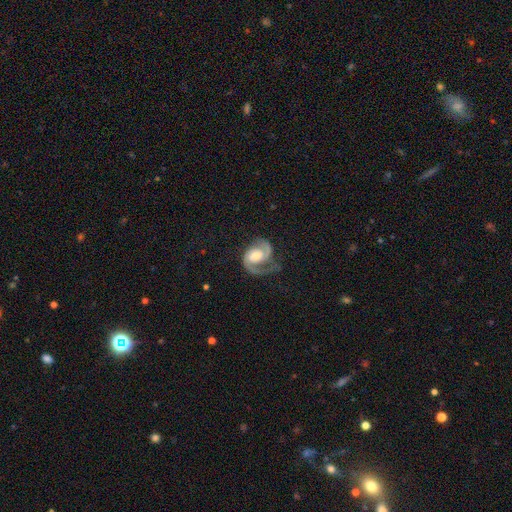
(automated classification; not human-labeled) smooth_or_featured: featured or disk (p=0.87) [alt: smooth p=0.08]
disk_edge_on: no (p=0.98) [alt: yes p=0.02]
bar: no (p=0.50) [alt: weak p=0.38]
has_spiral_arms: yes (p=0.97) [alt: no p=0.03]
spiral_winding: medium (p=0.52) [alt: tight p=0.32]
spiral_arm_count: 2 (p=0.80) [alt: 1 p=0.14]
bulge_size: moderate (p=0.49) [alt: large p=0.25]
merging: none (p=0.59) [alt: minor disturbance p=0.21]